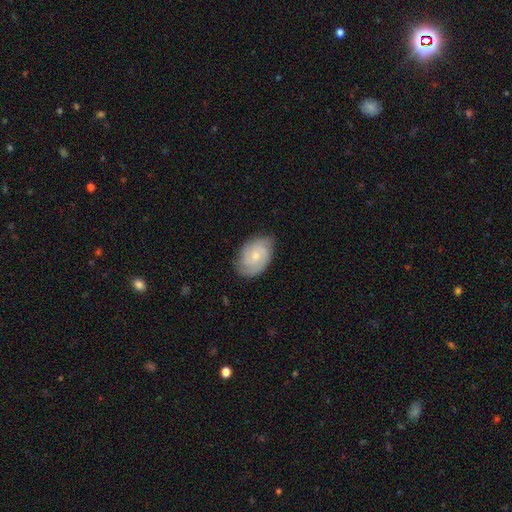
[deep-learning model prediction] Smooth or featured? Predicted: featured or disk (p=0.60). Edge-on disk? Predicted: no (p=0.97). Bar? Predicted: no (p=0.75). Spiral arms? Predicted: yes (p=0.90). Spiral winding? Predicted: tight (p=0.56). Spiral arm count? Predicted: 2 (p=0.35). Bulge size? Predicted: small (p=0.62). Merging? Predicted: none (p=0.74).